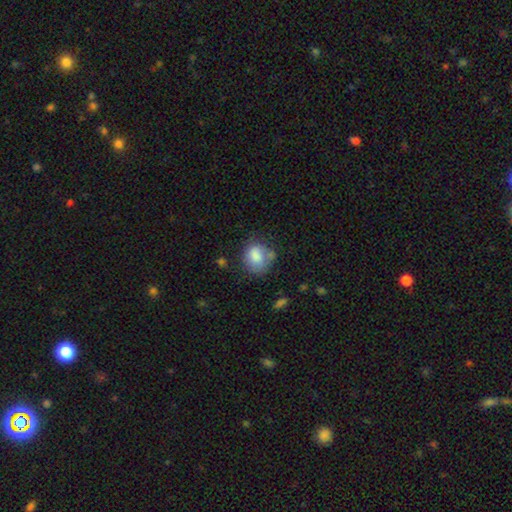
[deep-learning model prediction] This is clearly a smooth galaxy (80%). How rounded: possibly round (59%). Merging: possibly none (54%).